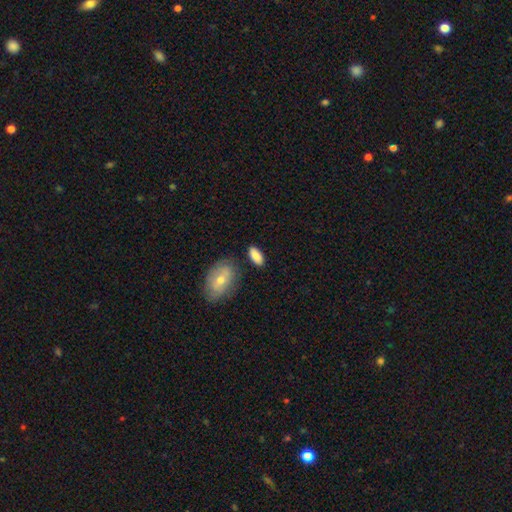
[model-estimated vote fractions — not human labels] This is clearly a smooth galaxy (85%). How rounded: clearly in between (88%). Merging: likely none (77%).